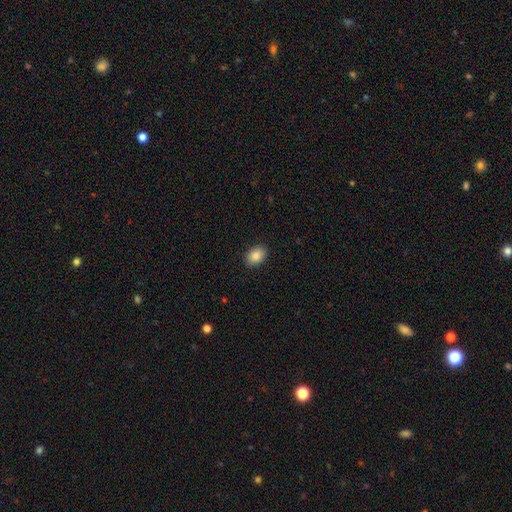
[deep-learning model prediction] Q: Smooth or featured?
A: smooth (86%); runner-up: star or artifact (8%)
Q: How rounded?
A: in between (79%); runner-up: round (20%)
Q: Merging?
A: none (90%); runner-up: minor disturbance (8%)